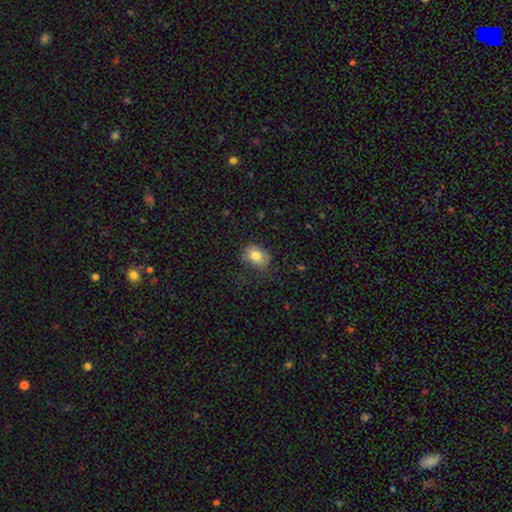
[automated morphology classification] Smooth or featured: smooth — 80% (featured or disk — 11%)
How rounded: in between — 61% (round — 38%)
Merging: none — 70% (minor disturbance — 21%)